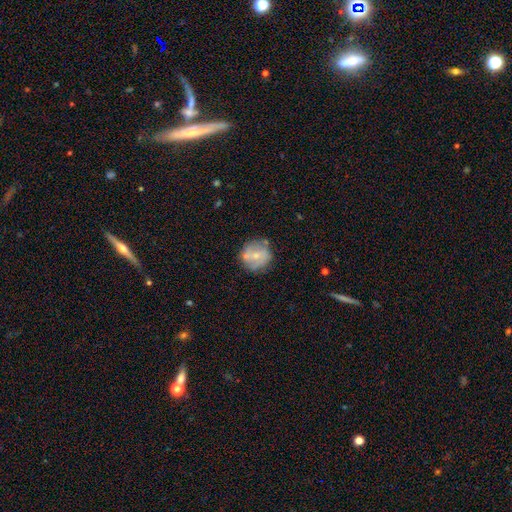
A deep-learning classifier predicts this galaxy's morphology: This is possibly a smooth galaxy (48%). Merging: likely none (68%).